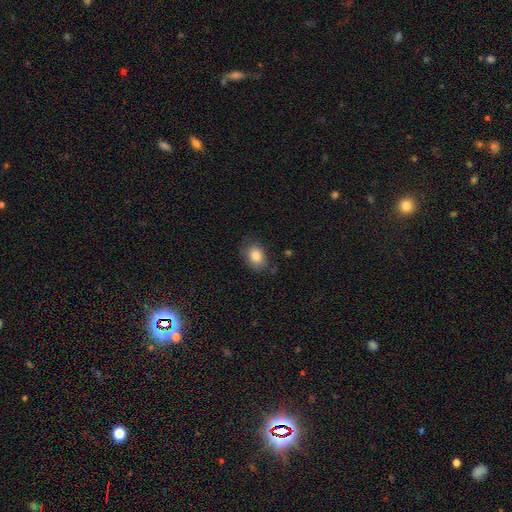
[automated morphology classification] type=smooth (84%); roundness=in between (75%); merging=none (74%).